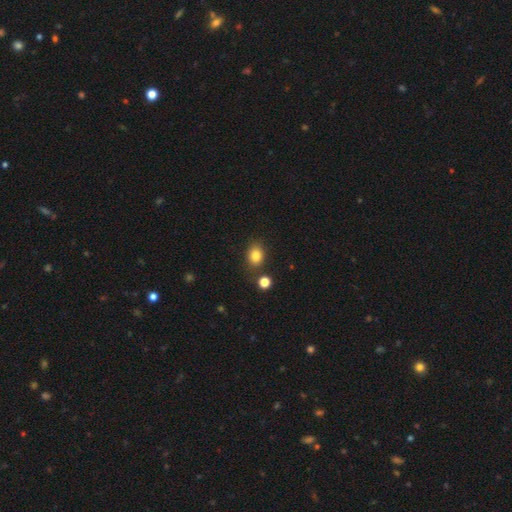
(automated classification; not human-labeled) The model was most divided on "how rounded": in between: 51%, round: 48%, cigar-shaped: 1%. More confident: smooth or featured — smooth (83%); merging — none (79%).